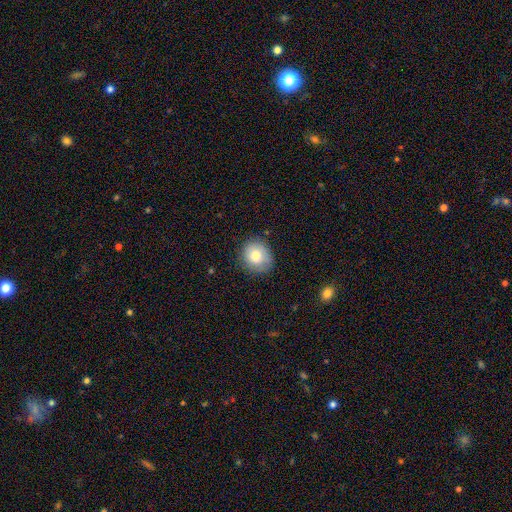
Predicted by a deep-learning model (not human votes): Smooth or featured: smooth — 78% (featured or disk — 13%)
How rounded: round — 78% (in between — 21%)
Merging: none — 81% (minor disturbance — 15%)